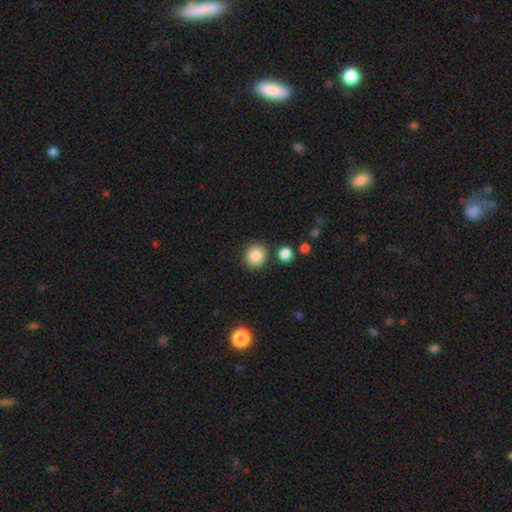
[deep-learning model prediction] Q: Smooth or featured?
A: smooth (86%); runner-up: star or artifact (9%)
Q: How rounded?
A: round (89%); runner-up: in between (10%)
Q: Merging?
A: none (85%); runner-up: minor disturbance (7%)